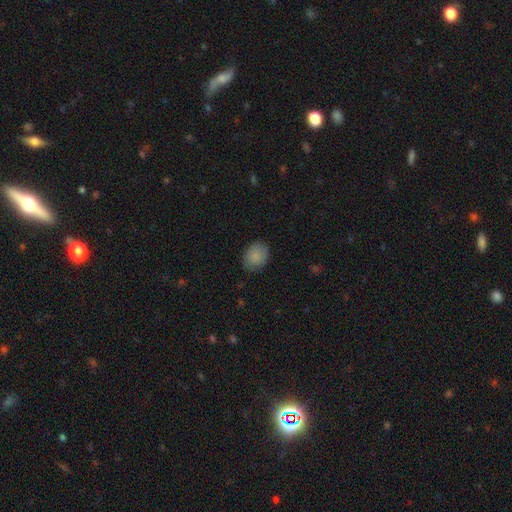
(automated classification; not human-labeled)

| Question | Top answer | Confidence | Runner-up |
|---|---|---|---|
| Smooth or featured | smooth | 87% | star or artifact (8%) |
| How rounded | in between | 50% | round (49%) |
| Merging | none | 81% | minor disturbance (15%) |